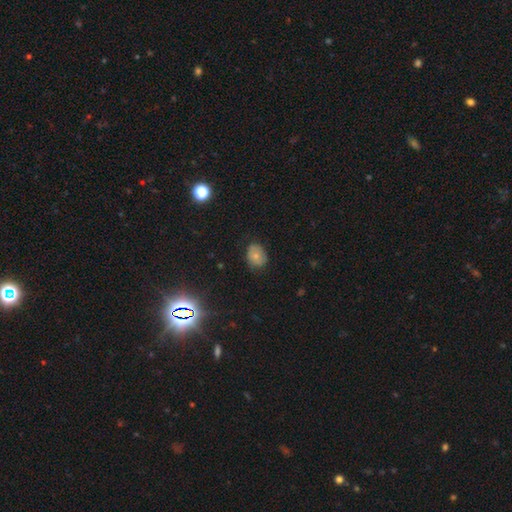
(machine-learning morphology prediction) smooth_or_featured: smooth (p=0.67) [alt: featured or disk p=0.20]
how_rounded: in between (p=0.56) [alt: round p=0.43]
merging: none (p=0.71) [alt: minor disturbance p=0.23]